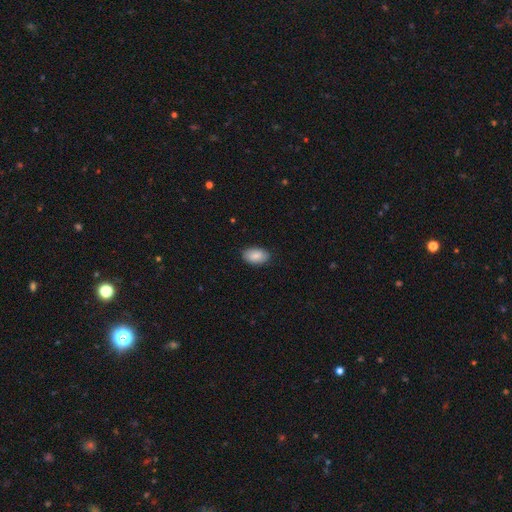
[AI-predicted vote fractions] Smooth or featured?
  - smooth: 86% *
  - featured or disk: 8%
  - star or artifact: 7%
How rounded?
  - in between: 93% *
  - round: 6%
  - cigar-shaped: 1%
Merging?
  - none: 84% *
  - minor disturbance: 13%
  - major disturbance: 2%
  - merger: 1%